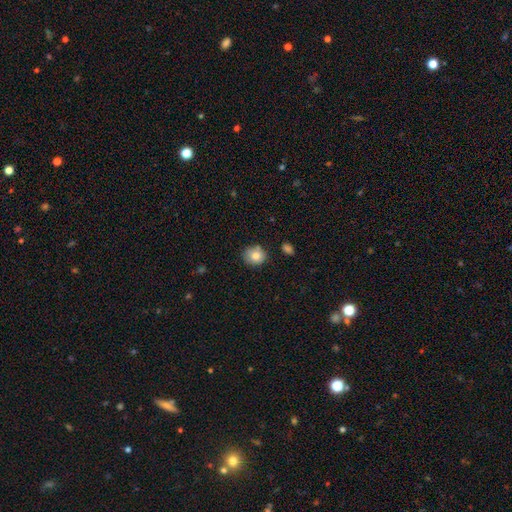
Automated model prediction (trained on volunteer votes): Smooth or featured: smooth — 80% (featured or disk — 11%)
How rounded: round — 77% (in between — 22%)
Merging: none — 76% (minor disturbance — 15%)